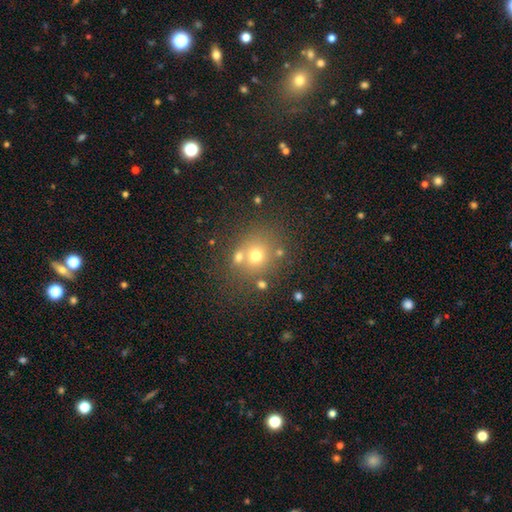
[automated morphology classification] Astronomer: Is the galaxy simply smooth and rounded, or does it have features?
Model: smooth — 64%.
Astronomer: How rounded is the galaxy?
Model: round — 77%.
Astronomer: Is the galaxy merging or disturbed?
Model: none — 59%.